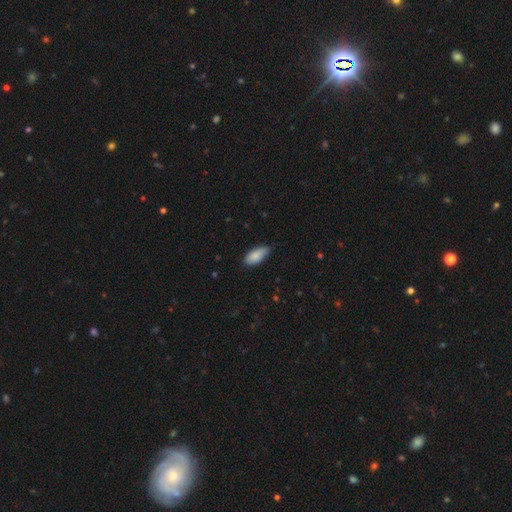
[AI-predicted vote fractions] smooth 86%, featured or disk 8%, star or artifact 6%. Down the decision tree: how rounded — in between (90%); merging — none (78%).